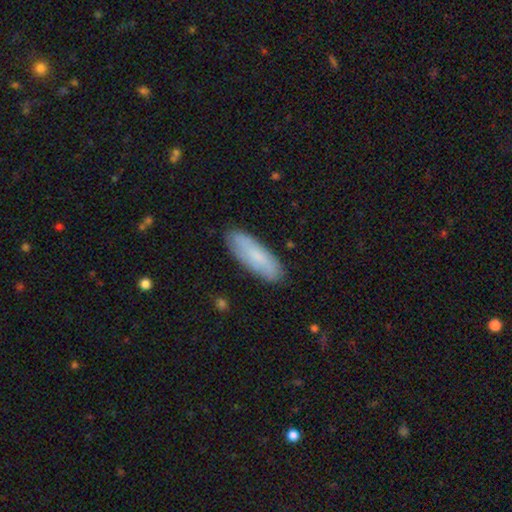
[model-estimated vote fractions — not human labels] The model was most divided on "how rounded": in between: 55%, cigar-shaped: 44%, round: 2%. More confident: merging — none (85%); smooth or featured — smooth (72%).